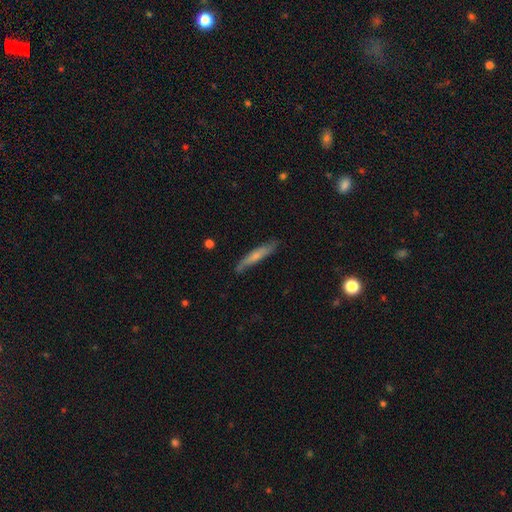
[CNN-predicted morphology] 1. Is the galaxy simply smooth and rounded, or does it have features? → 55% smooth, 39% featured or disk, 6% star or artifact.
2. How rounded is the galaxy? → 92% cigar-shaped, 7% in between, 2% round.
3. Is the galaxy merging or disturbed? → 78% none, 17% minor disturbance, 3% major disturbance, 2% merger.